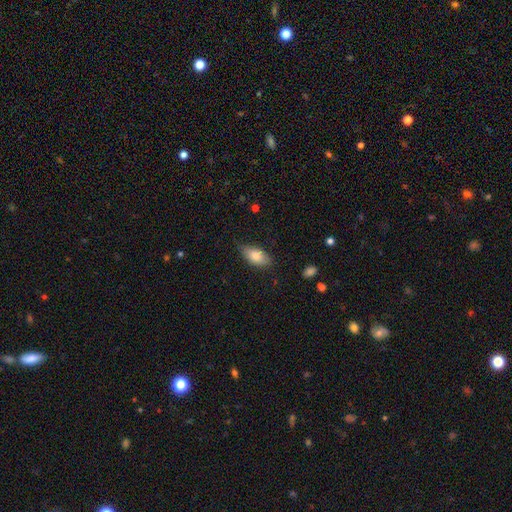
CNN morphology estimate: Smooth or featured? smooth (81%)
How rounded? in between (90%)
Merging? none (75%)